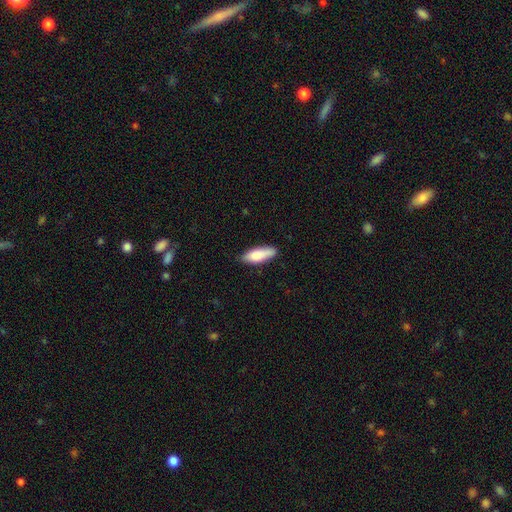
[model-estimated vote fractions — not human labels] Q: Smooth or featured?
A: smooth (83%); runner-up: featured or disk (11%)
Q: How rounded?
A: in between (62%); runner-up: cigar-shaped (36%)
Q: Merging?
A: none (76%); runner-up: minor disturbance (19%)